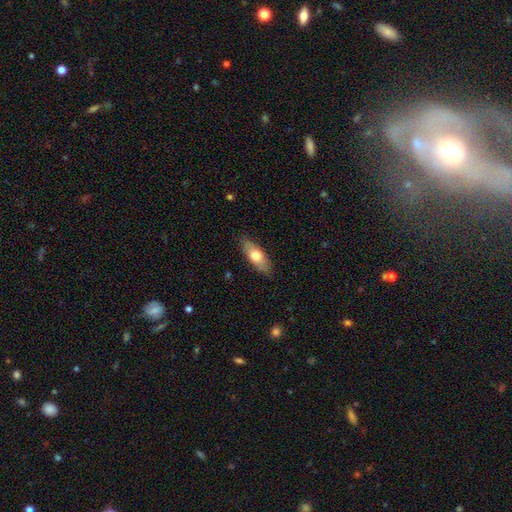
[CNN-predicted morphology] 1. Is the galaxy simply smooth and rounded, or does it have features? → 67% smooth, 27% featured or disk, 6% star or artifact.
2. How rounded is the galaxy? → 73% in between, 24% cigar-shaped, 3% round.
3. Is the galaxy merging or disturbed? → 85% none, 11% minor disturbance, 2% major disturbance, 1% merger.